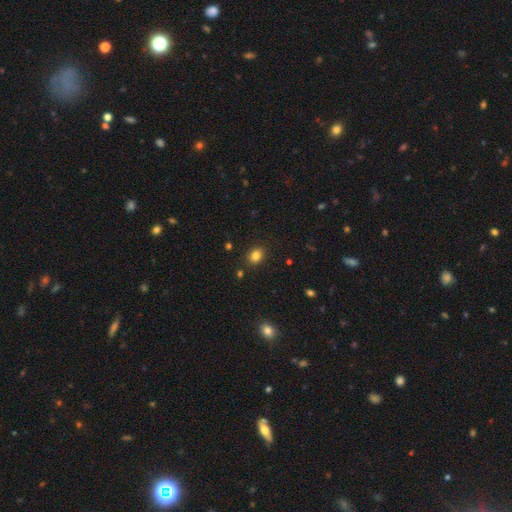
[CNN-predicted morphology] Smooth or featured? smooth (83%)
How rounded? in between (54%)
Merging? none (87%)